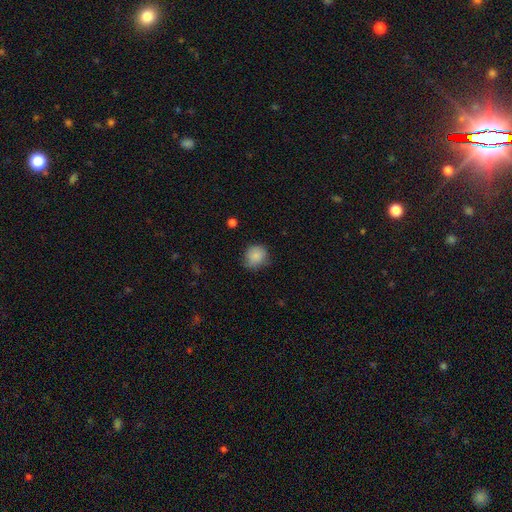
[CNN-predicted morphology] This appears to be a smooth galaxy with no disk features (85%) that is round (81%). Merging: none (68%).